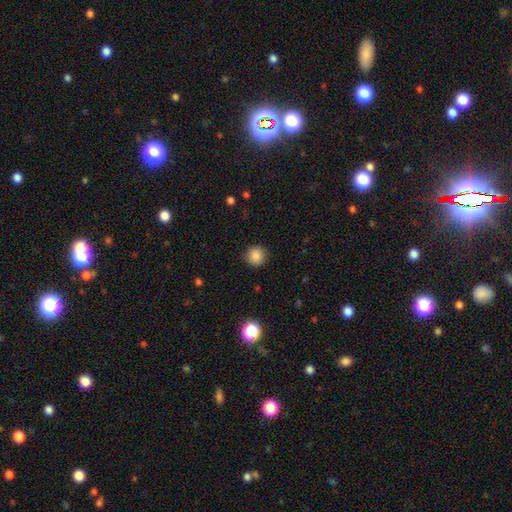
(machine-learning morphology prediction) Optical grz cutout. It shows a smooth galaxy with no disk features (86%) that is round (91%). Merging: none (88%).